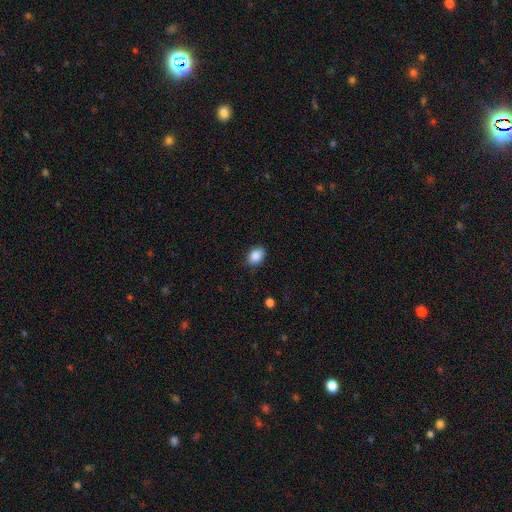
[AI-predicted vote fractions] This appears to be a smooth galaxy with no disk features (88%) that is in between round and cigar-shaped (74%). Merging: none (82%).